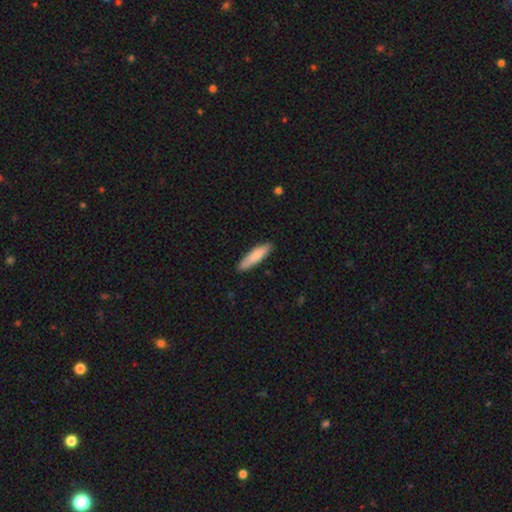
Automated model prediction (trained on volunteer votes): smooth-or-featured: smooth: 82% | featured or disk: 13% | star or artifact: 5%
  how-rounded: cigar-shaped: 79% | in between: 20% | round: 1%
  merging: none: 87% | minor disturbance: 10% | major disturbance: 2% | merger: 1%